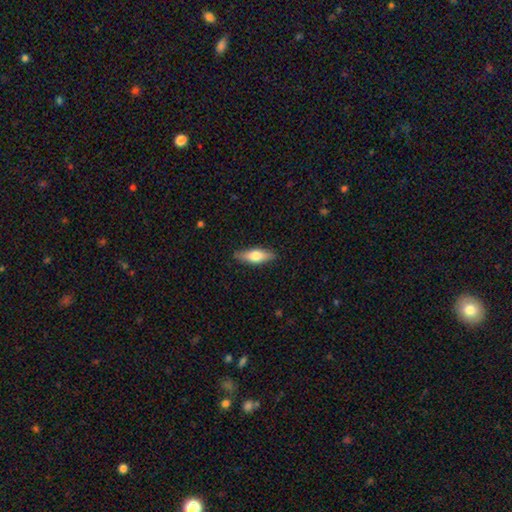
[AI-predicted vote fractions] Overall: smooth (60%; featured or disk 35%). How rounded: in between (56%; cigar-shaped 41%). Merging: none (87%).